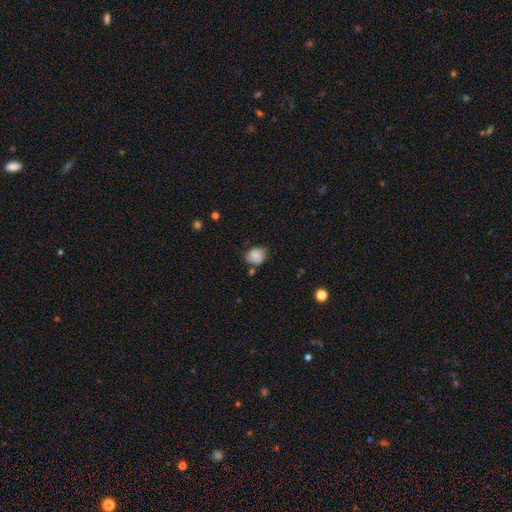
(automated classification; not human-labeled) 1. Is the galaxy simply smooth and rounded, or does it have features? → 73% smooth, 17% featured or disk, 10% star or artifact.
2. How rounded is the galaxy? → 63% round, 36% in between, 1% cigar-shaped.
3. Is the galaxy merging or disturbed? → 63% none, 24% minor disturbance, 7% merger, 6% major disturbance.